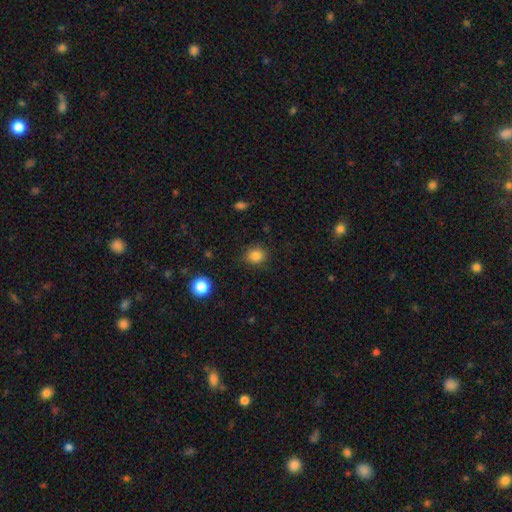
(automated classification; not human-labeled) Morphology: type=smooth (84%); roundness=round (76%); merging=none (85%).